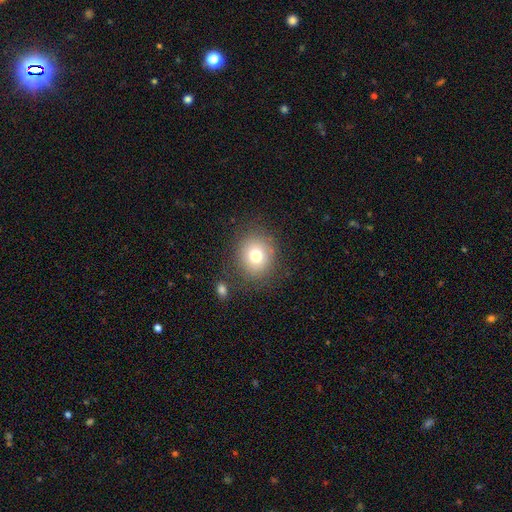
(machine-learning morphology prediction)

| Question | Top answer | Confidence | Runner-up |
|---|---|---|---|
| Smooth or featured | smooth | 75% | star or artifact (13%) |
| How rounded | round | 80% | in between (19%) |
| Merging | none | 82% | minor disturbance (10%) |